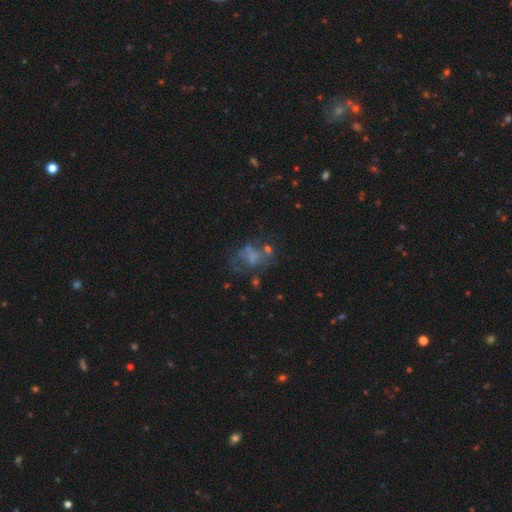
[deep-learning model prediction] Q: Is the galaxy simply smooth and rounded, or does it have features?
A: featured or disk — 45%.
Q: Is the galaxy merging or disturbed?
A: none — 46%.